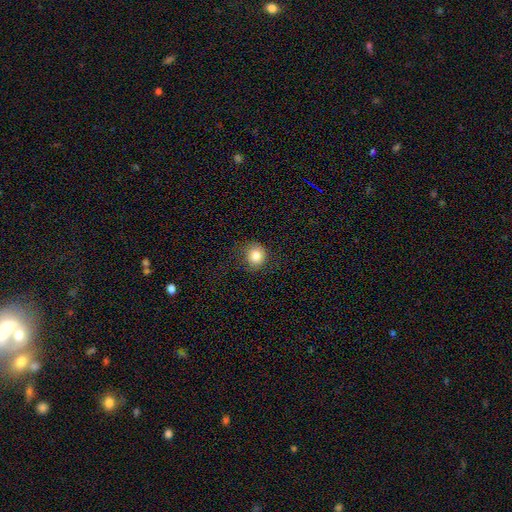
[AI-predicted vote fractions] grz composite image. It shows a smooth galaxy with no disk features (83%) that is round (87%). Merging: none (78%).